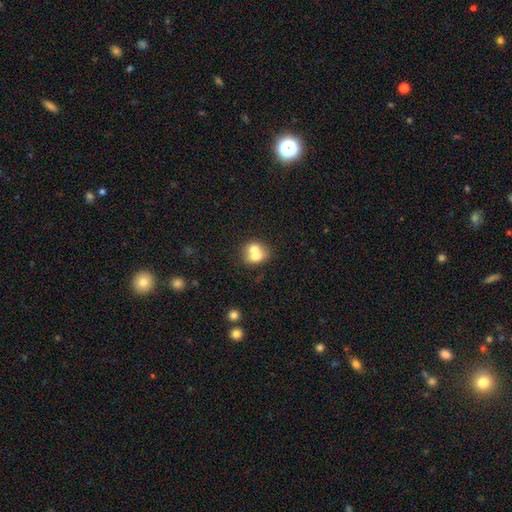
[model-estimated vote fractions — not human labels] Smooth or featured? smooth (67%)
How rounded? round (61%)
Merging? merger (64%)